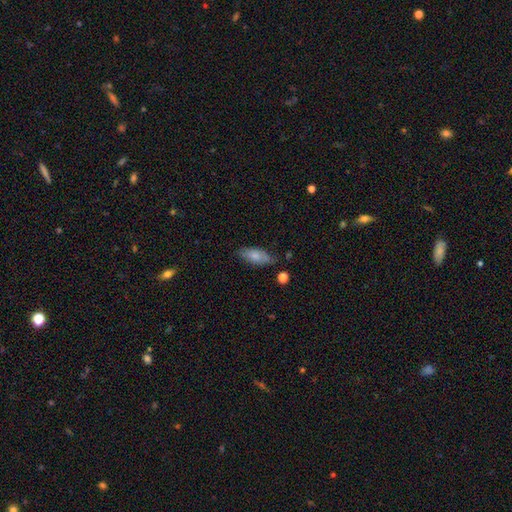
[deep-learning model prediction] This is likely a smooth galaxy (74%). How rounded: clearly in between (85%). Merging: likely none (71%).